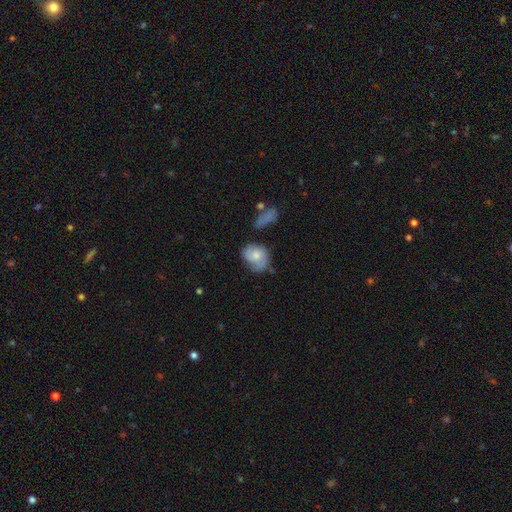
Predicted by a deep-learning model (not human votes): smooth-or-featured: smooth: 59% | featured or disk: 34% | star or artifact: 7%
  how-rounded: in between: 53% | round: 46% | cigar-shaped: 1%
  merging: none: 45% | minor disturbance: 34% | major disturbance: 14% | merger: 7%